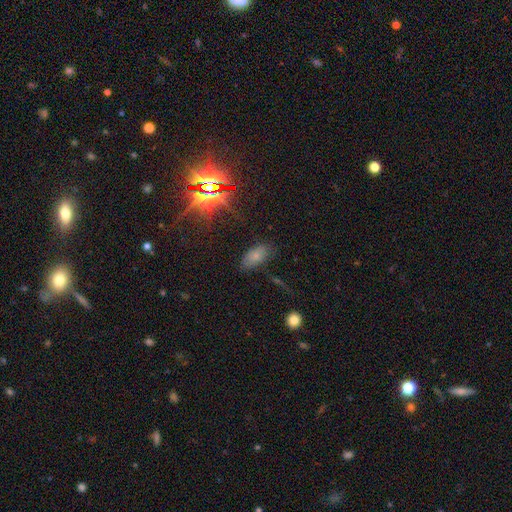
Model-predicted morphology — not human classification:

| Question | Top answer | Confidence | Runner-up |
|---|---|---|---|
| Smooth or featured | smooth | 67% | star or artifact (18%) |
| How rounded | in between | 92% | cigar-shaped (5%) |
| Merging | none | 73% | minor disturbance (19%) |